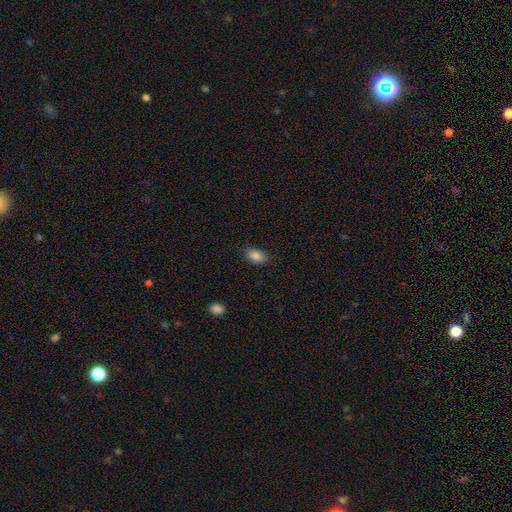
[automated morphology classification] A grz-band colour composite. It shows a smooth galaxy with no disk features (87%) that is in between round and cigar-shaped (90%). Merging: none (86%).